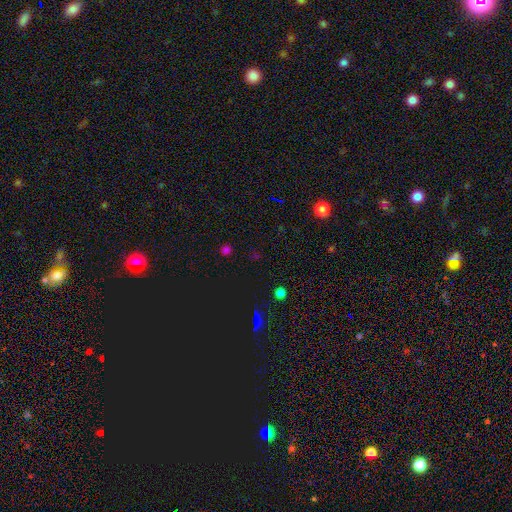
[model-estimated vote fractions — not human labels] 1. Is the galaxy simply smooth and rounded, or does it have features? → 61% star or artifact, 33% smooth, 6% featured or disk.